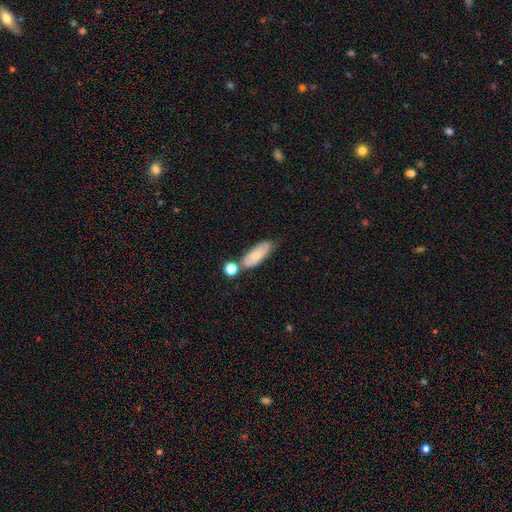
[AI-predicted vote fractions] Q: Smooth or featured?
A: smooth (73%); runner-up: featured or disk (20%)
Q: How rounded?
A: in between (71%); runner-up: cigar-shaped (26%)
Q: Merging?
A: none (55%); runner-up: minor disturbance (22%)